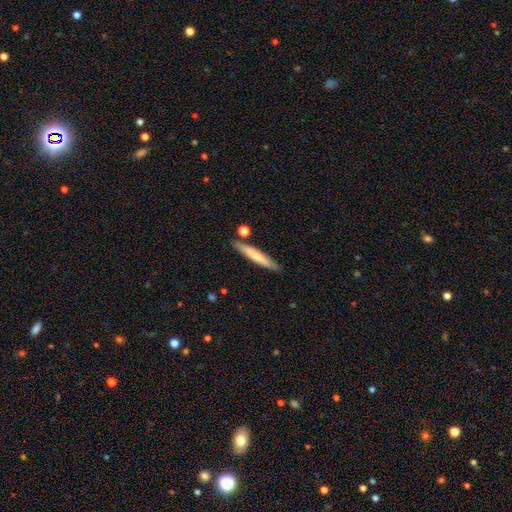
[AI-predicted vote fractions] smooth_or_featured: smooth (p=0.61) [alt: featured or disk p=0.33]
how_rounded: cigar-shaped (p=0.94) [alt: in between p=0.05]
merging: none (p=0.83) [alt: minor disturbance p=0.10]